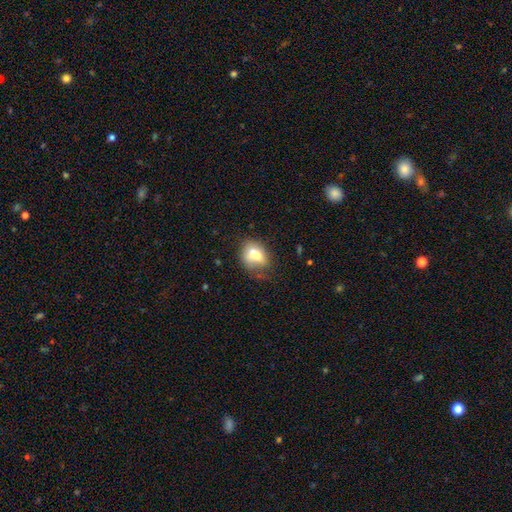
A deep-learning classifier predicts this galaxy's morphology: Smooth or featured? Predicted: smooth (p=0.68). How rounded? Predicted: in between (p=0.58). Merging? Predicted: none (p=0.42).